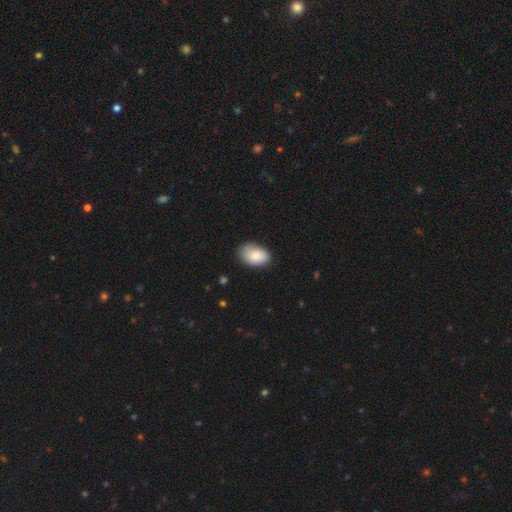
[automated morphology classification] Smooth or featured?
  - smooth: 84% *
  - featured or disk: 9%
  - star or artifact: 6%
How rounded?
  - in between: 89% *
  - round: 10%
  - cigar-shaped: 1%
Merging?
  - none: 76% *
  - minor disturbance: 19%
  - major disturbance: 4%
  - merger: 1%